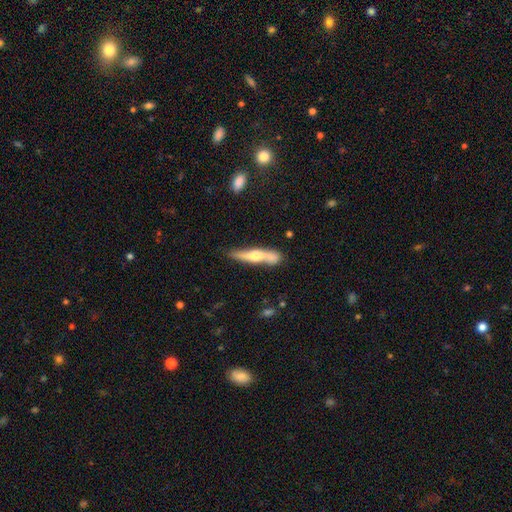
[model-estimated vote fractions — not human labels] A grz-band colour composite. It shows a featured or disk galaxy (56%) viewed edge-on (87%). Merging: none (68%).